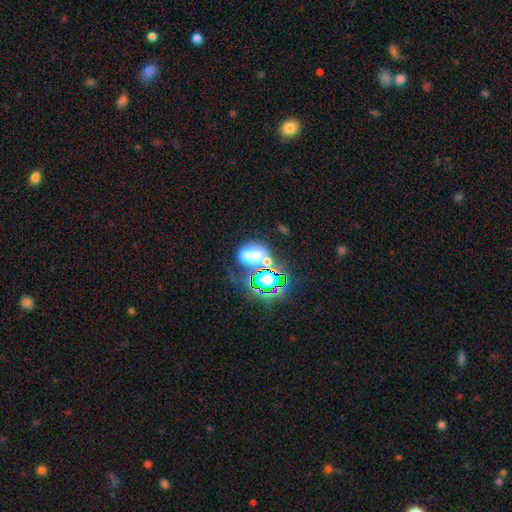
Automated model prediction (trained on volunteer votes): Q: Smooth or featured?
A: smooth (44%); runner-up: star or artifact (32%)
Q: Merging?
A: merger (45%); runner-up: none (28%)